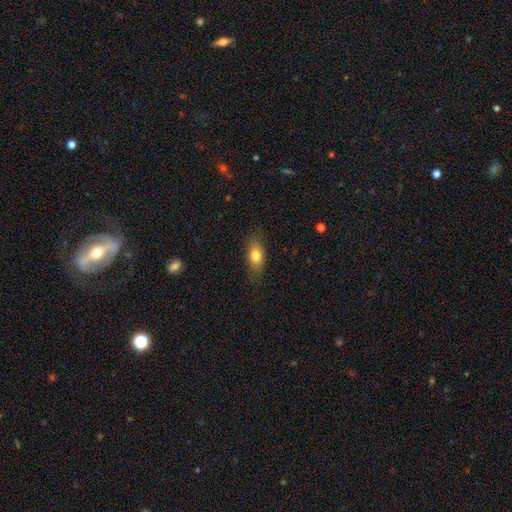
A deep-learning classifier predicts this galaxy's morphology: Smooth or featured?
  - smooth: 78% *
  - featured or disk: 14%
  - star or artifact: 8%
How rounded?
  - in between: 81% *
  - cigar-shaped: 11%
  - round: 7%
Merging?
  - none: 80% *
  - minor disturbance: 15%
  - major disturbance: 4%
  - merger: 1%